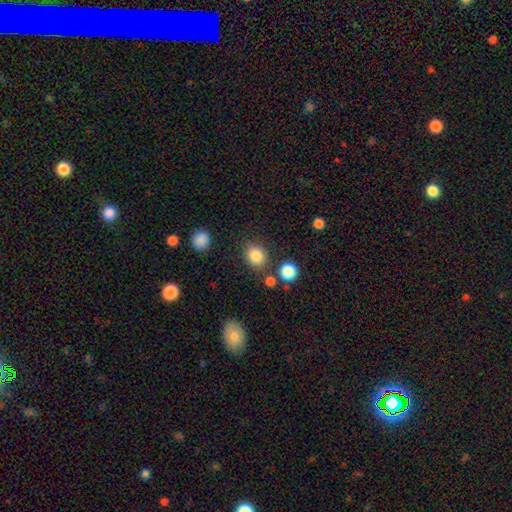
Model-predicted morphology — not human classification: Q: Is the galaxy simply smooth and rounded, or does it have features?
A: smooth — 84%.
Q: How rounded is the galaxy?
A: round — 64%.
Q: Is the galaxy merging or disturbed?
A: none — 79%.